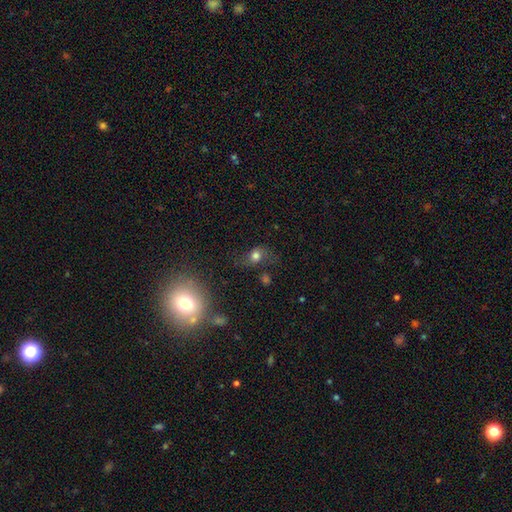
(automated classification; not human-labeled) A smooth galaxy with no disk features (60%) that is in between round and cigar-shaped (49%).

Vote fractions:
- Smooth or featured? smooth: 60% / featured or disk: 23% / star or artifact: 17%
- How rounded? in between: 49% / round: 48% / cigar-shaped: 3%
- Merging? none: 51% / minor disturbance: 22% / major disturbance: 19% / merger: 8%